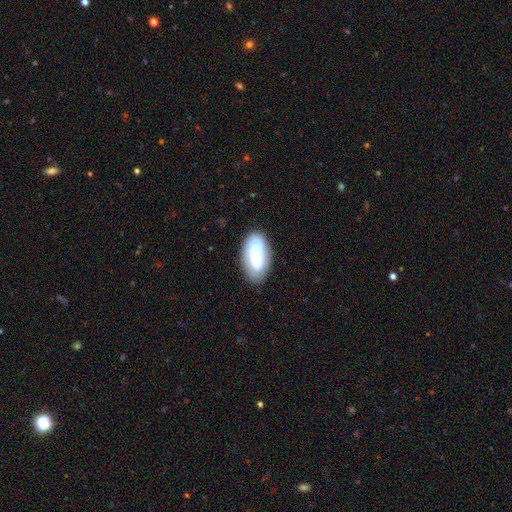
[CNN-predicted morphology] A smooth galaxy with no disk features (51%) that is in between round and cigar-shaped (92%). Merging: none (75%).